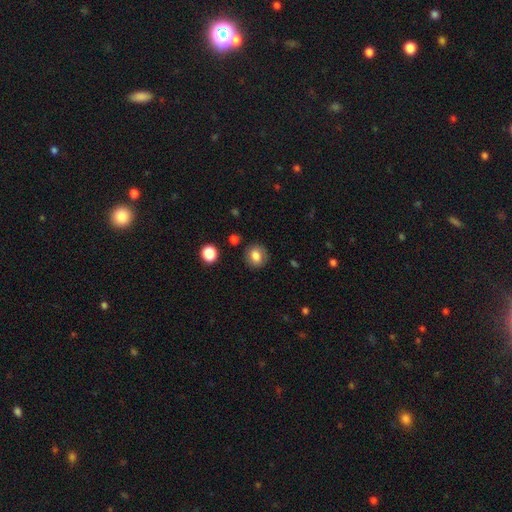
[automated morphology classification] Smooth or featured? Predicted: smooth (p=0.80). How rounded? Predicted: round (p=0.71). Merging? Predicted: none (p=0.85).